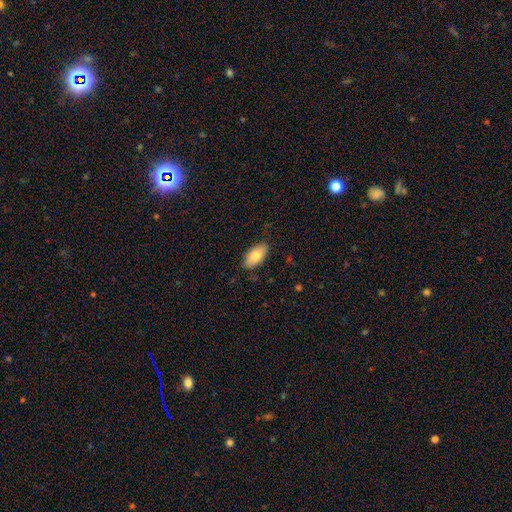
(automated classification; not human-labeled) A smooth galaxy with no disk features (81%) that is in between round and cigar-shaped (93%).

Vote fractions:
- Smooth or featured? smooth: 81% / featured or disk: 13% / star or artifact: 6%
- How rounded? in between: 93% / cigar-shaped: 4% / round: 3%
- Merging? none: 85% / minor disturbance: 12% / major disturbance: 2% / merger: 1%